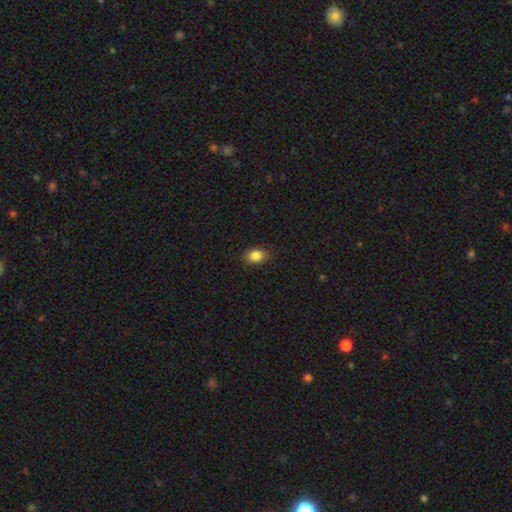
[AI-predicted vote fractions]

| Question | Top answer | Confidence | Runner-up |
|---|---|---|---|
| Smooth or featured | smooth | 85% | star or artifact (10%) |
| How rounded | in between | 63% | round (36%) |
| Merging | none | 86% | minor disturbance (11%) |